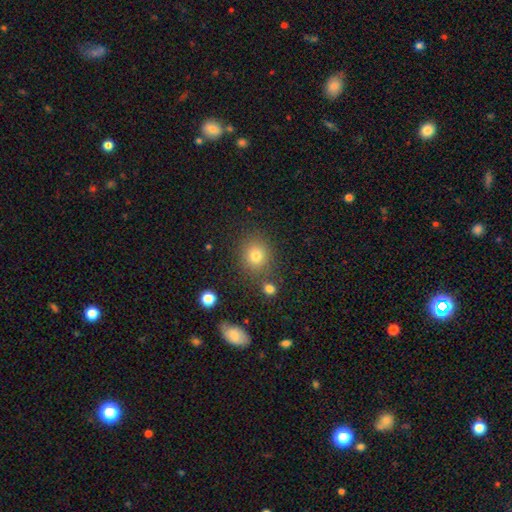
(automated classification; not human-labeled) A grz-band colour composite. It shows a smooth galaxy with no disk features (78%) that is round (85%). Merging: none (80%).